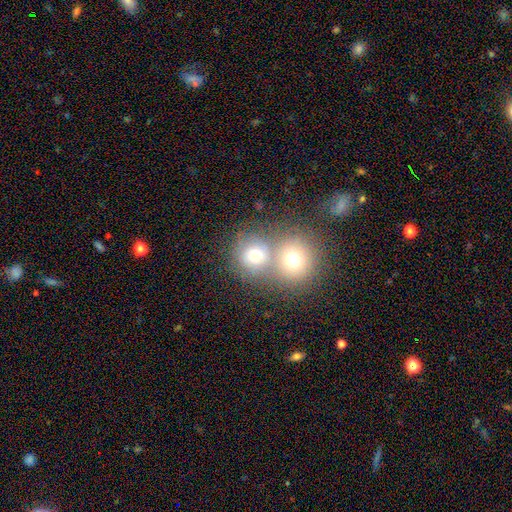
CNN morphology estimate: Overall: smooth (69%). How rounded: round (85%). Merging: merger (55%; none 35%).